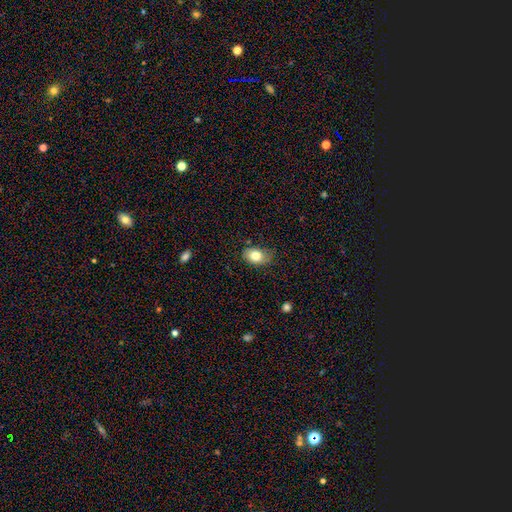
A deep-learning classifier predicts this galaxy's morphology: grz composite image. It shows a smooth galaxy with no disk features (80%) that is in between round and cigar-shaped (80%). Merging: none (73%).